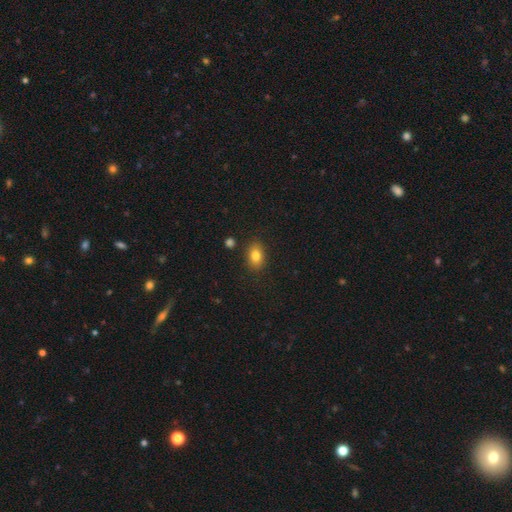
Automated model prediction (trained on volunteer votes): smooth-or-featured: smooth: 82% | star or artifact: 10% | featured or disk: 8%
  how-rounded: in between: 78% | round: 21% | cigar-shaped: 1%
  merging: none: 85% | minor disturbance: 10% | major disturbance: 3% | merger: 2%